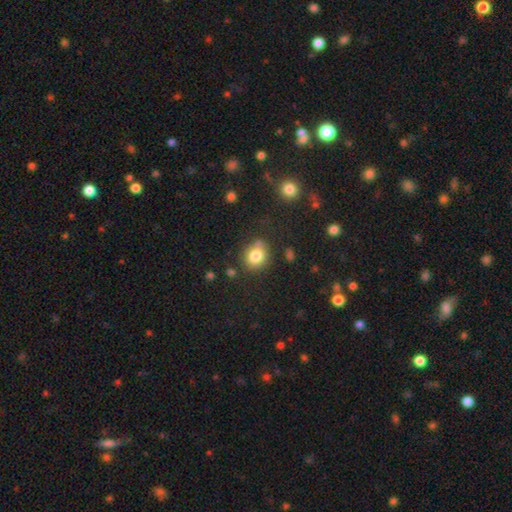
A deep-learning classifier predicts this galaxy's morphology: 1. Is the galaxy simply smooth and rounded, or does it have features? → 80% smooth, 11% star or artifact, 8% featured or disk.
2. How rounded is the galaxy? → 77% round, 22% in between, 1% cigar-shaped.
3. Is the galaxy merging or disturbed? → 75% none, 13% minor disturbance, 8% merger, 4% major disturbance.